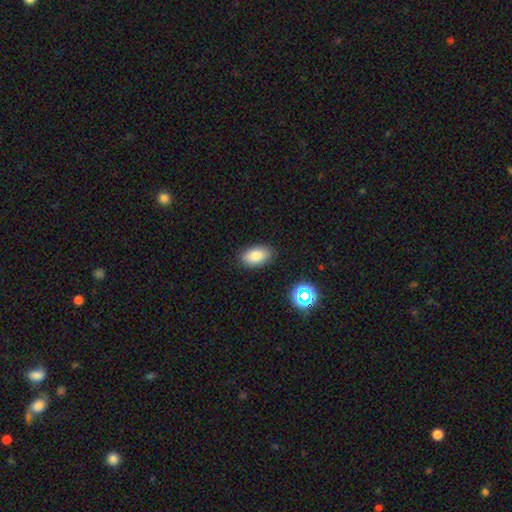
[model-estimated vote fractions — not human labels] Overall: smooth (82%). How rounded: in between (92%). Merging: none (87%).